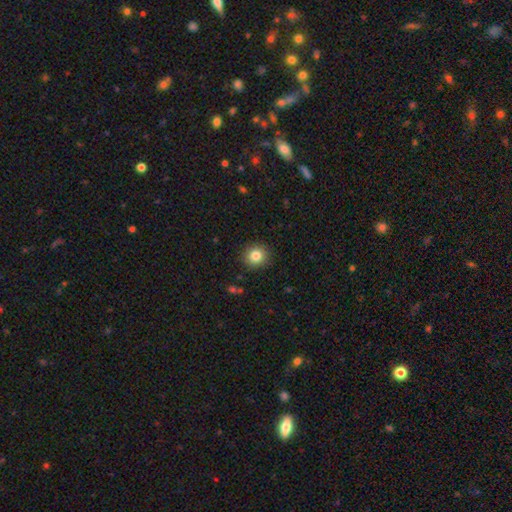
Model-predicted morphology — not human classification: A smooth galaxy with no disk features (83%) that is round (88%).

Vote fractions:
- Smooth or featured? smooth: 83% / star or artifact: 11% / featured or disk: 7%
- How rounded? round: 88% / in between: 11% / cigar-shaped: 1%
- Merging? none: 90% / minor disturbance: 7% / major disturbance: 2% / merger: 1%